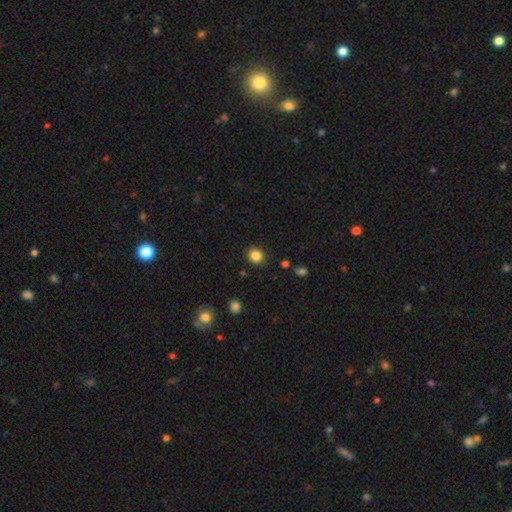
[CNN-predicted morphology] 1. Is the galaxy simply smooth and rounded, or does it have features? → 85% smooth, 12% star or artifact, 4% featured or disk.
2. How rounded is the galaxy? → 88% round, 11% in between, 1% cigar-shaped.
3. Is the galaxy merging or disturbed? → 89% none, 7% minor disturbance, 2% major disturbance, 2% merger.